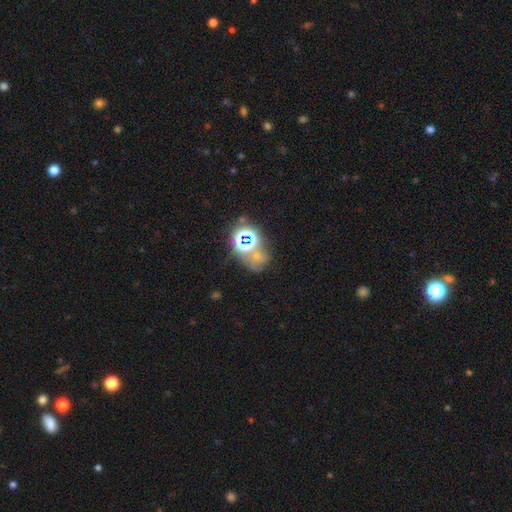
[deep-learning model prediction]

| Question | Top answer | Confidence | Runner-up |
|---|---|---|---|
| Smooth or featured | star or artifact | 51% | smooth (33%) |